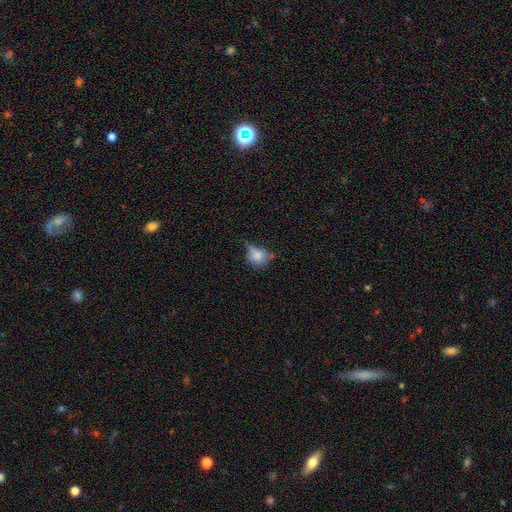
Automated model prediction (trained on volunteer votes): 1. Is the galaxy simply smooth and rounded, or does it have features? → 68% smooth, 20% featured or disk, 12% star or artifact.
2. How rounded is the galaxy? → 62% round, 35% in between, 3% cigar-shaped.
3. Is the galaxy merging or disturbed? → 37% none, 34% minor disturbance, 21% major disturbance, 8% merger.